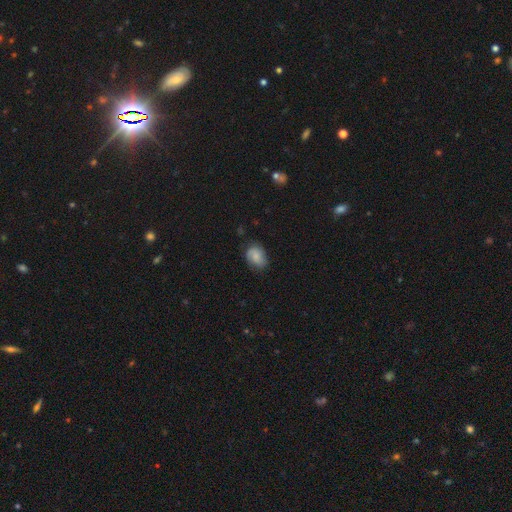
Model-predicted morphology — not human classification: Overall: smooth (71%). How rounded: in between (71%). Merging: none (67%).